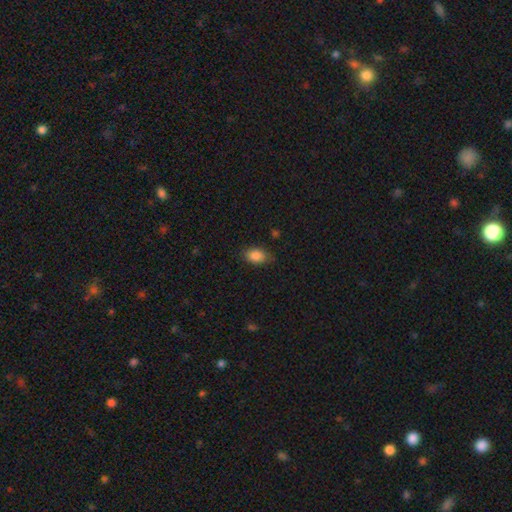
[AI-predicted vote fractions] smooth_or_featured: smooth (p=0.87) [alt: star or artifact p=0.08]
how_rounded: in between (p=0.82) [alt: round p=0.16]
merging: none (p=0.79) [alt: minor disturbance p=0.16]